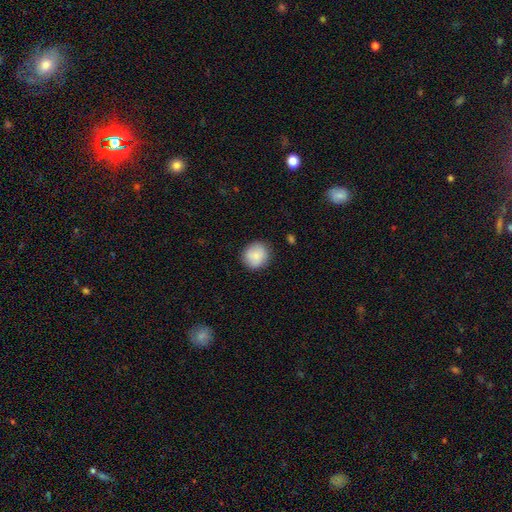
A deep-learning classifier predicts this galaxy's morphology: A smooth galaxy with no disk features (86%) that is round (88%). Merging: none (87%).